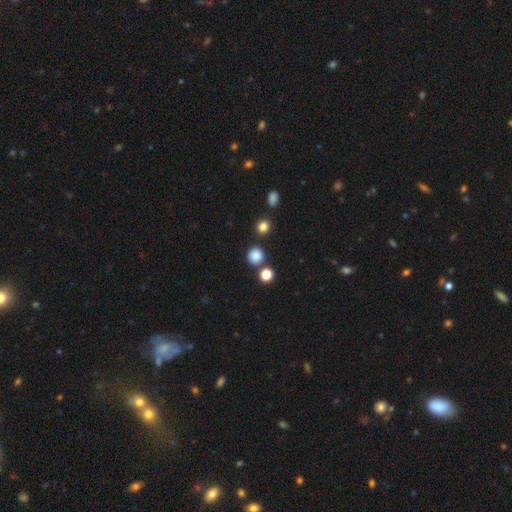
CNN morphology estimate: smooth_or_featured: smooth (p=0.84) [alt: star or artifact p=0.13]
how_rounded: round (p=0.90) [alt: in between p=0.09]
merging: none (p=0.80) [alt: merger p=0.10]